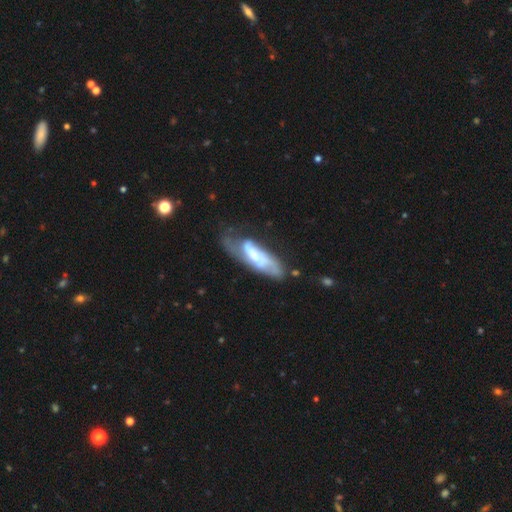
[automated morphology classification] This is likely a featured or disk galaxy (62%). It is clearly not viewed edge-on (82%). Bar: possibly no (46%). Spiral arm pattern: likely yes (77%). Central bulge: marginally moderate (34%). Merging: marginally none (35%).